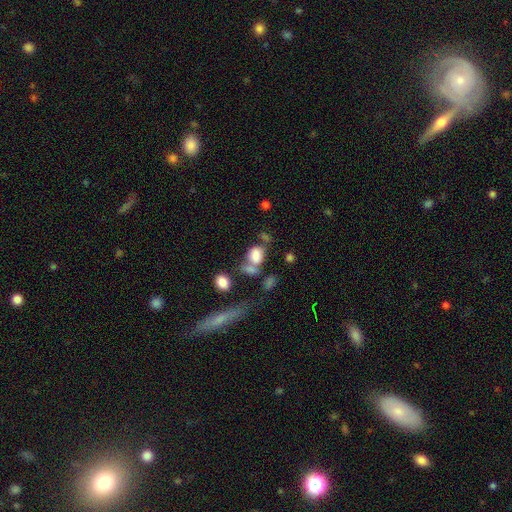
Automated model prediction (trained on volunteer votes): This appears to be a smooth galaxy with no disk features (77%) that is in between round and cigar-shaped (69%). Merging: merger (39%).